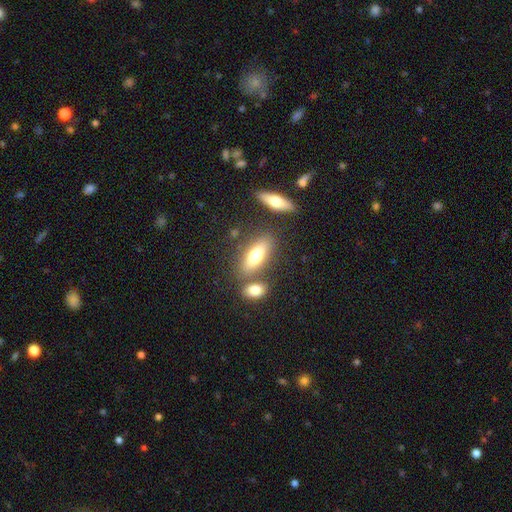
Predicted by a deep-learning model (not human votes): Smooth or featured?
  - smooth: 67% *
  - featured or disk: 25%
  - star or artifact: 8%
How rounded?
  - in between: 65% *
  - cigar-shaped: 31%
  - round: 4%
Merging?
  - none: 66% *
  - merger: 19%
  - minor disturbance: 11%
  - major disturbance: 4%